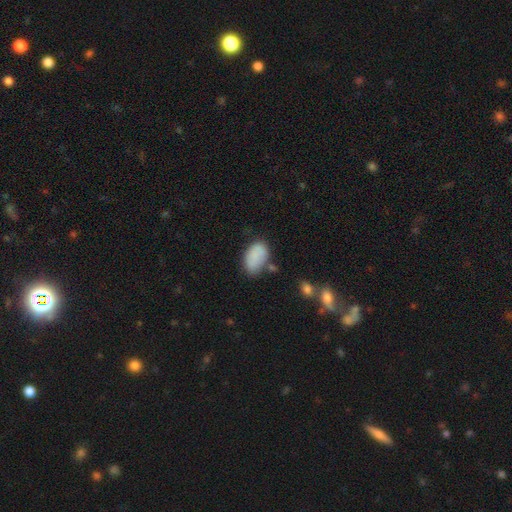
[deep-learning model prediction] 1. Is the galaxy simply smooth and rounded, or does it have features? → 83% smooth, 10% featured or disk, 7% star or artifact.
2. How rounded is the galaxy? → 93% in between, 6% round, 1% cigar-shaped.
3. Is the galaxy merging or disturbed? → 61% none, 24% minor disturbance, 8% merger, 7% major disturbance.